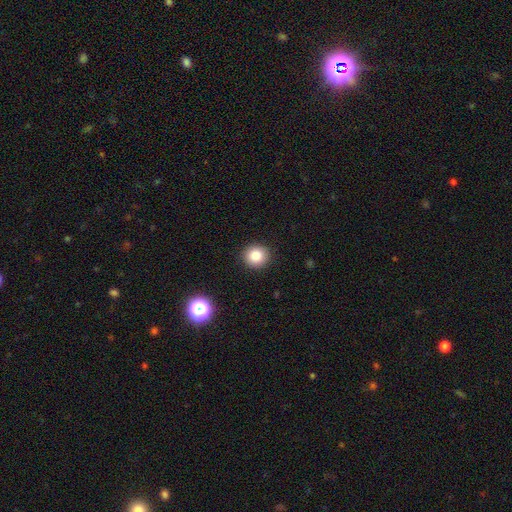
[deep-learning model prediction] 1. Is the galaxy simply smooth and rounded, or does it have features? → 84% smooth, 11% star or artifact, 6% featured or disk.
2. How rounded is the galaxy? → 91% round, 8% in between, 1% cigar-shaped.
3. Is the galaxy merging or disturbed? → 92% none, 5% minor disturbance, 2% major disturbance, 1% merger.